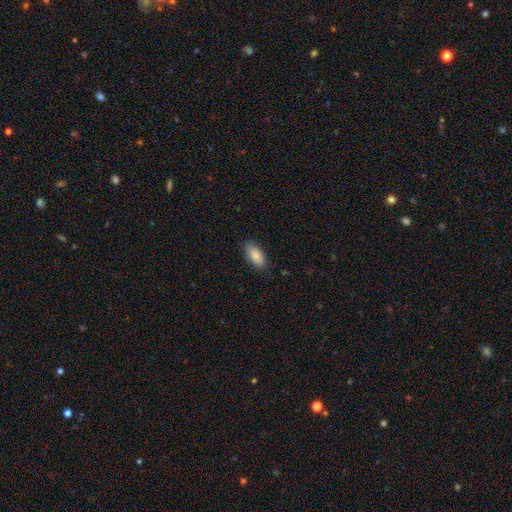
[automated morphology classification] type=smooth (87%); roundness=in between (86%); merging=none (82%).